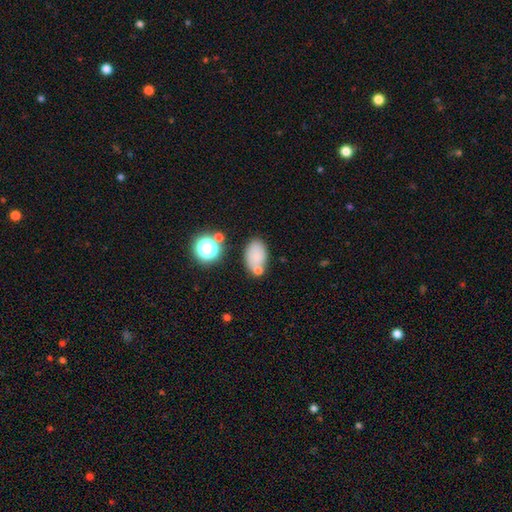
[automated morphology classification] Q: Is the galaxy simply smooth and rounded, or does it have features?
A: smooth — 76%.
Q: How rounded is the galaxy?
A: in between — 86%.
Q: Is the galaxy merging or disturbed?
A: none — 60%.